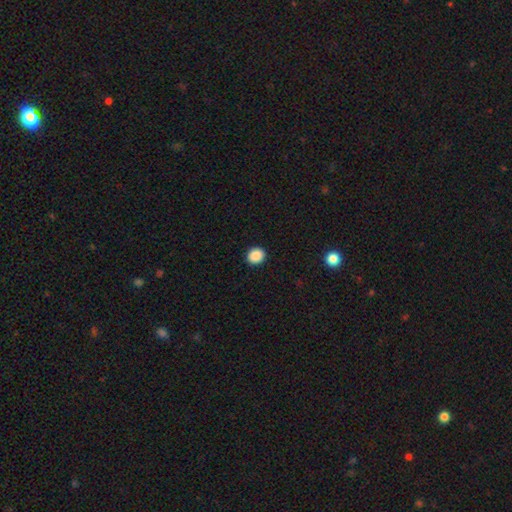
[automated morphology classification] Q: Smooth or featured?
A: smooth (89%); runner-up: star or artifact (8%)
Q: How rounded?
A: round (73%); runner-up: in between (26%)
Q: Merging?
A: none (92%); runner-up: minor disturbance (5%)